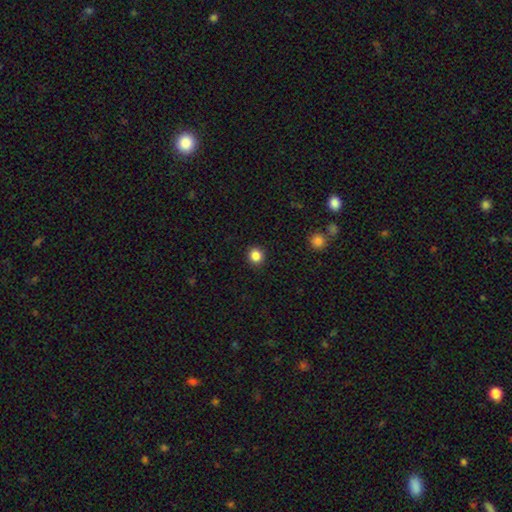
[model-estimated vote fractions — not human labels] Smooth or featured?
  - smooth: 85% *
  - star or artifact: 11%
  - featured or disk: 4%
How rounded?
  - round: 89% *
  - in between: 10%
  - cigar-shaped: 1%
Merging?
  - none: 92% *
  - minor disturbance: 5%
  - major disturbance: 2%
  - merger: 1%